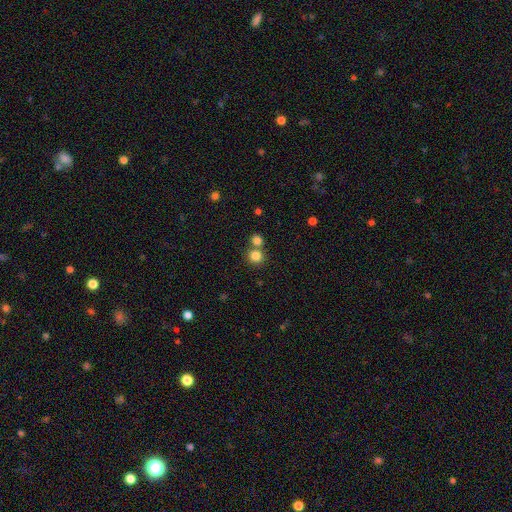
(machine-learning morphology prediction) Smooth or featured? smooth (82%)
How rounded? round (90%)
Merging? none (60%)